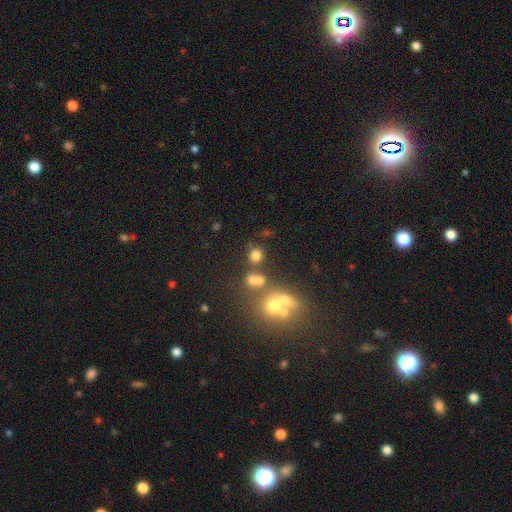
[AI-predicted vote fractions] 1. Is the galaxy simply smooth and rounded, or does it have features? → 71% smooth, 18% star or artifact, 11% featured or disk.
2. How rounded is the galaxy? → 85% round, 14% in between, 1% cigar-shaped.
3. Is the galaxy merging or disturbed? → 66% none, 20% merger, 9% minor disturbance, 5% major disturbance.